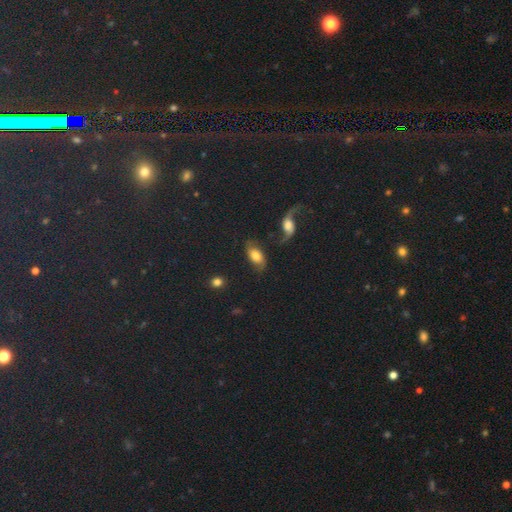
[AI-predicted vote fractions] A smooth galaxy with no disk features (58%) that is in between round and cigar-shaped (88%). Merging: none (63%).